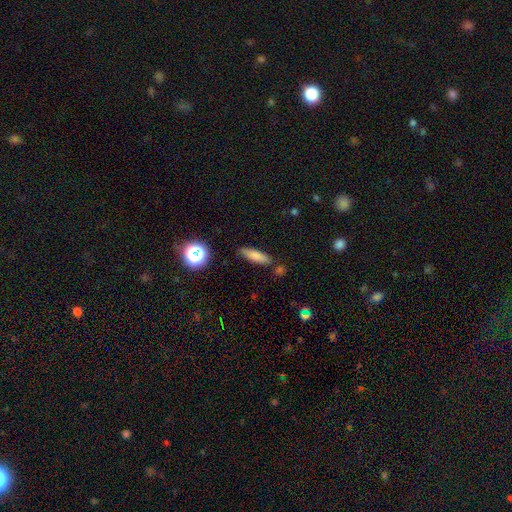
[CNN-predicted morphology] smooth 78%, featured or disk 11%, star or artifact 10%. Down the decision tree: how rounded — cigar-shaped (62%); merging — none (79%).